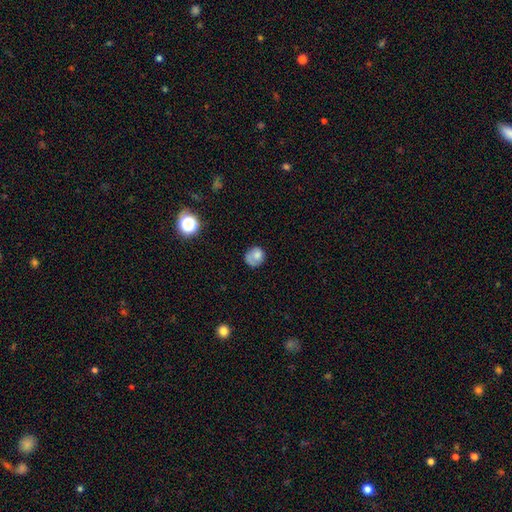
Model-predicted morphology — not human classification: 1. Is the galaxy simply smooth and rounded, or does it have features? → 72% smooth, 18% featured or disk, 10% star or artifact.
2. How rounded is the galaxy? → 76% round, 23% in between, 1% cigar-shaped.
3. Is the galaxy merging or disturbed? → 54% none, 26% minor disturbance, 15% major disturbance, 4% merger.